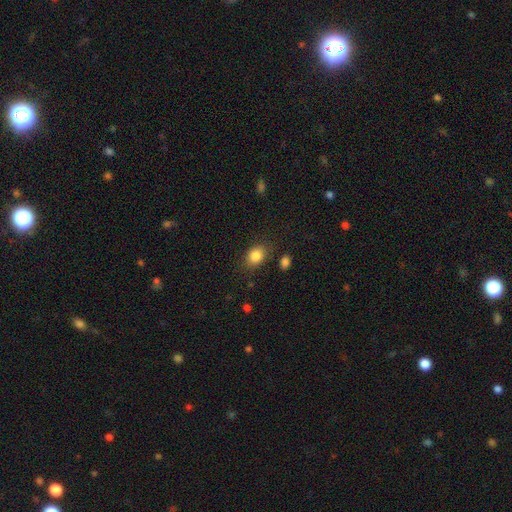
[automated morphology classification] Q: Smooth or featured?
A: smooth (85%); runner-up: star or artifact (9%)
Q: How rounded?
A: in between (68%); runner-up: round (30%)
Q: Merging?
A: none (79%); runner-up: minor disturbance (14%)